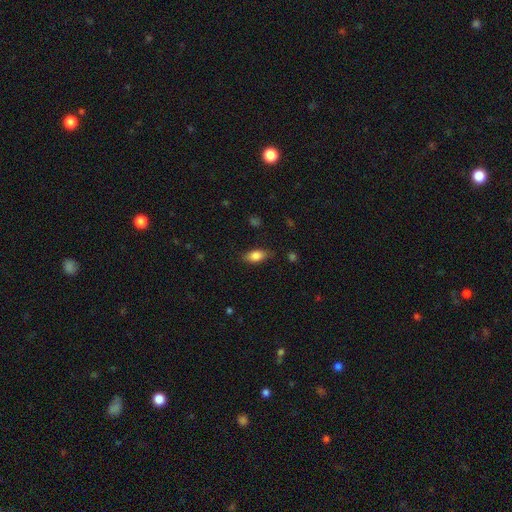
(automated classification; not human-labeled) Q: Smooth or featured?
A: smooth (82%); runner-up: featured or disk (10%)
Q: How rounded?
A: in between (86%); runner-up: cigar-shaped (9%)
Q: Merging?
A: none (79%); runner-up: minor disturbance (16%)